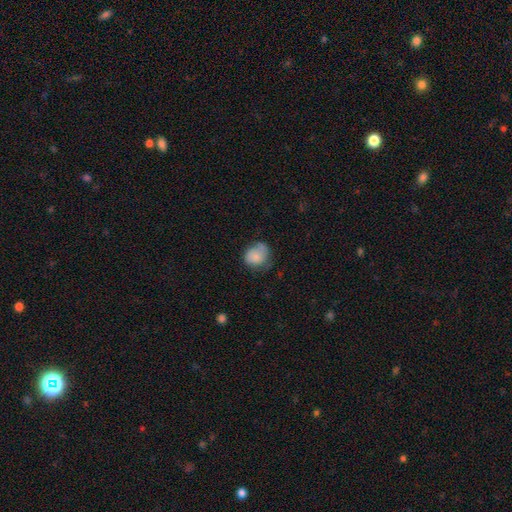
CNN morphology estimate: smooth_or_featured: smooth (p=0.76) [alt: featured or disk p=0.16]
how_rounded: round (p=0.62) [alt: in between p=0.37]
merging: none (p=0.42) [alt: minor disturbance p=0.35]